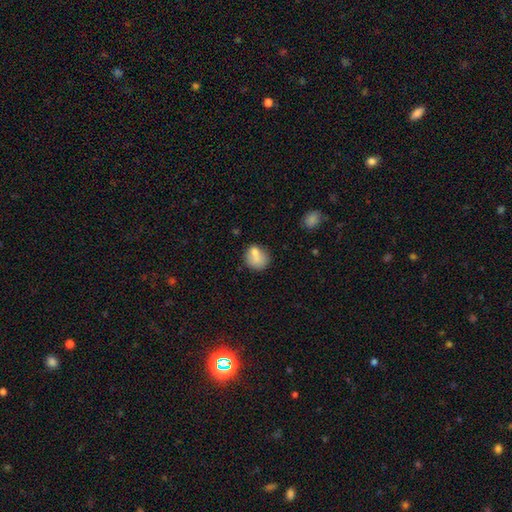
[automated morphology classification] This appears to be a smooth galaxy with no disk features (77%) that is round (70%). Merging: none (55%).